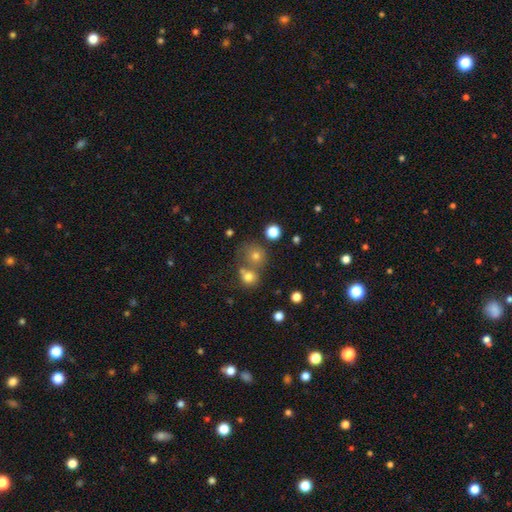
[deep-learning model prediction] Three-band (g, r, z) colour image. It shows a smooth galaxy with no disk features (73%) that is round (85%). Merging: none (53%).